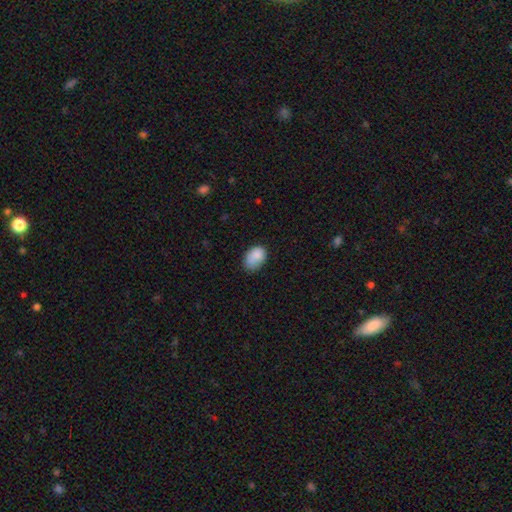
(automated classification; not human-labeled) A smooth galaxy with no disk features (84%) that is in between round and cigar-shaped (83%).

Vote fractions:
- Smooth or featured? smooth: 84% / featured or disk: 8% / star or artifact: 8%
- How rounded? in between: 83% / round: 16% / cigar-shaped: 1%
- Merging? none: 54% / minor disturbance: 34% / major disturbance: 9% / merger: 4%